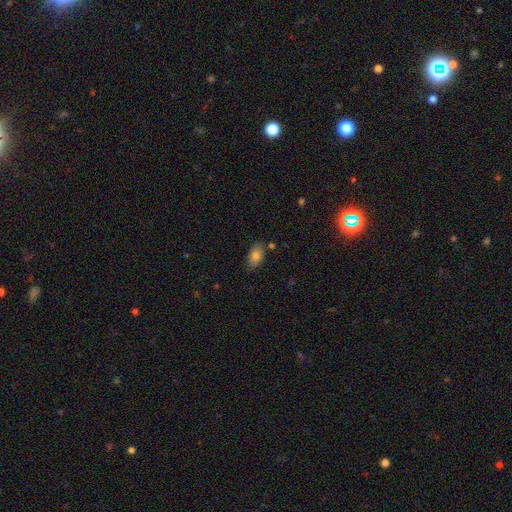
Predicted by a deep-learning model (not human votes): Smooth or featured: smooth — 81% (featured or disk — 11%)
How rounded: in between — 91% (round — 5%)
Merging: none — 75% (minor disturbance — 18%)